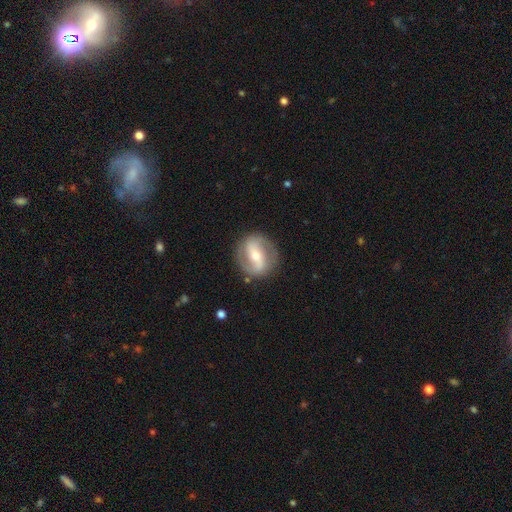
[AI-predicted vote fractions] Smooth or featured? featured or disk (76%)
Edge-on disk? no (95%)
Bar? strong (46%)
Spiral arms? yes (83%)
Spiral winding? medium (43%)
Spiral arm count? 2 (88%)
Bulge size? moderate (55%)
Merging? none (83%)